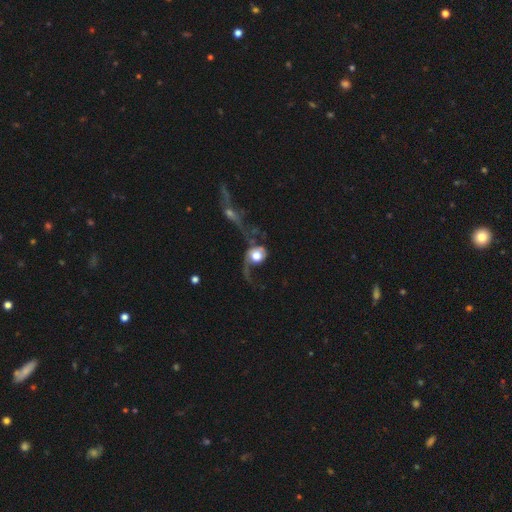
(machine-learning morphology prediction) The model was most divided on "smooth or featured": featured or disk: 52%, smooth: 39%, star or artifact: 8%. Remaining: edge-on disk — no (94%); merging — major disturbance (47%).